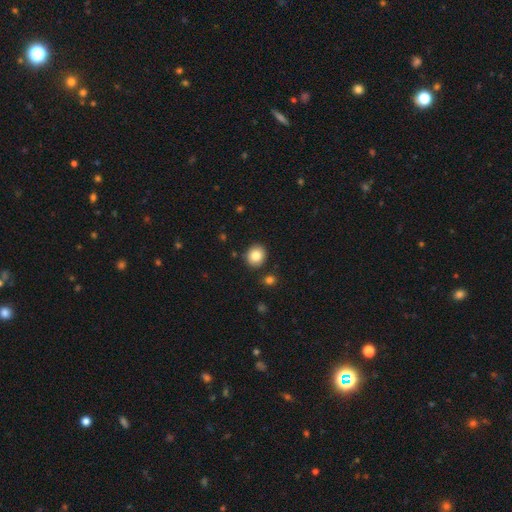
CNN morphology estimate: A smooth galaxy with no disk features (84%) that is round (79%).

Vote fractions:
- Smooth or featured? smooth: 84% / star or artifact: 9% / featured or disk: 7%
- How rounded? round: 79% / in between: 20% / cigar-shaped: 1%
- Merging? none: 88% / minor disturbance: 7% / merger: 3% / major disturbance: 2%